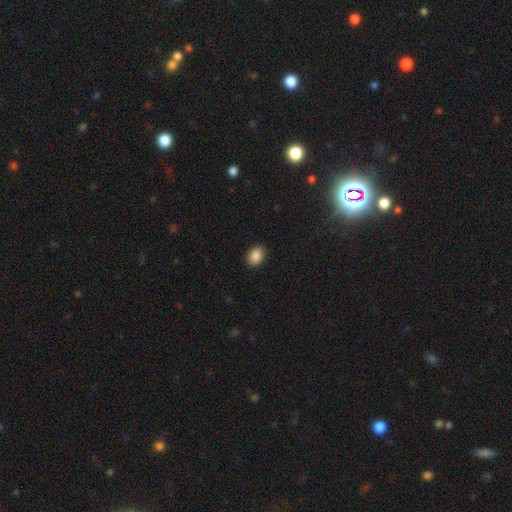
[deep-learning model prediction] A smooth galaxy with no disk features (88%) that is in between round and cigar-shaped (64%). Merging: none (90%).